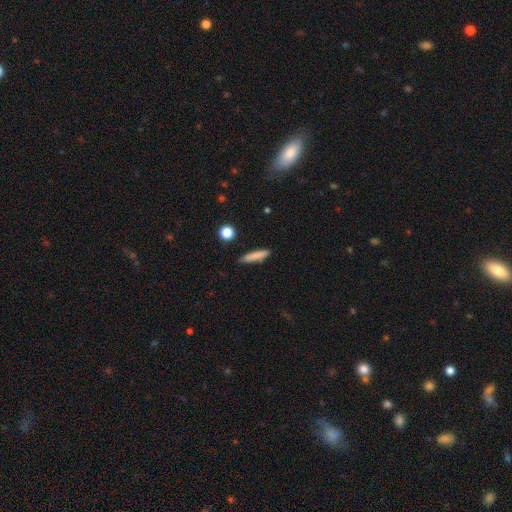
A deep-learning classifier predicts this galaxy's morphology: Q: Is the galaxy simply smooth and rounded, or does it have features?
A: smooth — 82%.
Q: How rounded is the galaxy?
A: cigar-shaped — 87%.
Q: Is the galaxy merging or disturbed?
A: none — 86%.